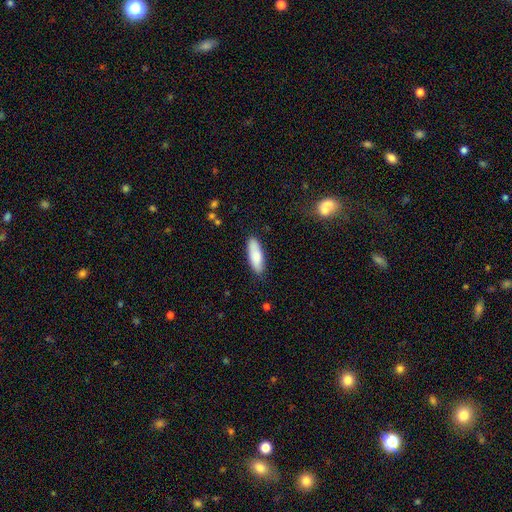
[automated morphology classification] Smooth or featured? Predicted: smooth (p=0.83). How rounded? Predicted: in between (p=0.59). Merging? Predicted: none (p=0.84).